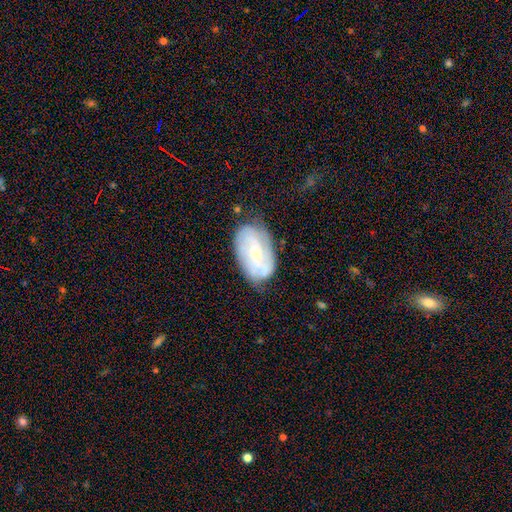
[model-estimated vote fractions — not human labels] A featured or disk galaxy (67%) with no bar (50%), 2 (40%) tight (51%) spiral arms (83%) and a small central bulge (70%). Merging: none (66%).